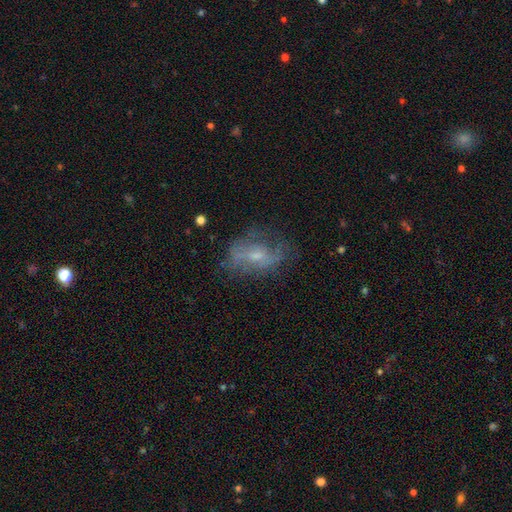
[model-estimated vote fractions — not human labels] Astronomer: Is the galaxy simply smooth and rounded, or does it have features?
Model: featured or disk — 58%.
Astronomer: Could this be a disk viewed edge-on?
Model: no — 94%.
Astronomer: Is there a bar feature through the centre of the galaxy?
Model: no — 54% (runner-up: weak, 37%).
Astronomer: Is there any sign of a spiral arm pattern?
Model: yes — 59% (runner-up: no, 41%).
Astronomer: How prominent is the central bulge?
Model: small — 52% (runner-up: moderate, 35%).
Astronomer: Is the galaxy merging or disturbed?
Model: none — 53%.